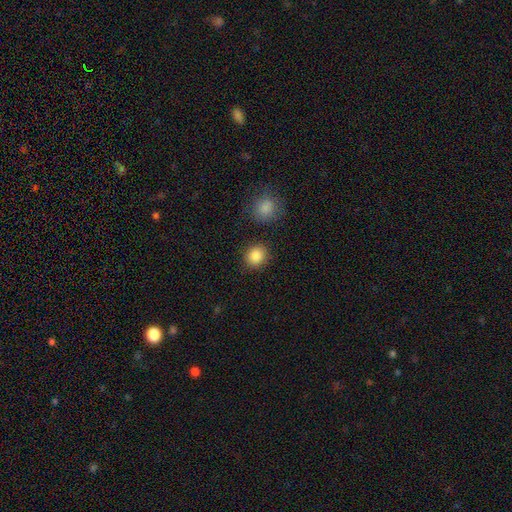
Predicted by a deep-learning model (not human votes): Smooth or featured: smooth — 88% (star or artifact — 9%)
How rounded: round — 79% (in between — 20%)
Merging: none — 85% (minor disturbance — 8%)